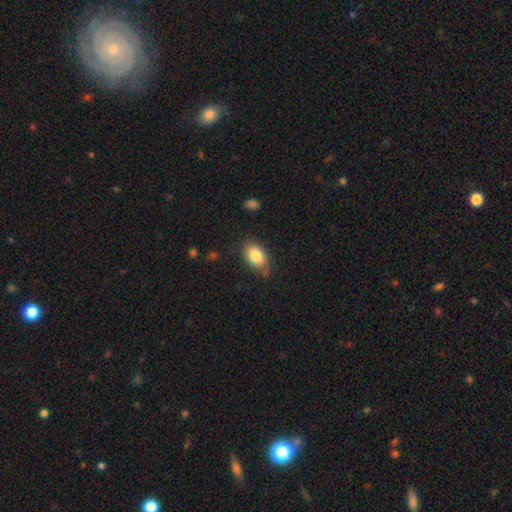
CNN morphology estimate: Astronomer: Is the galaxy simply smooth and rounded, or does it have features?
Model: smooth — 82%.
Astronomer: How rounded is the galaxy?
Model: in between — 88%.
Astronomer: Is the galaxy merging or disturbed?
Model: none — 70%.